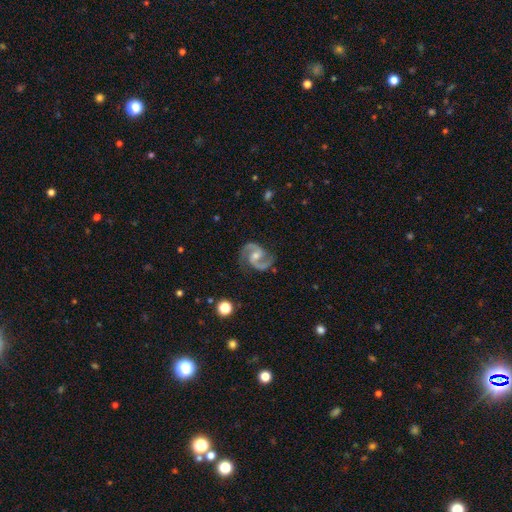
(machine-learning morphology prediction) Smooth or featured?
  - featured or disk: 93% *
  - star or artifact: 4%
  - smooth: 3%
Edge-on disk?
  - no: 98% *
  - yes: 2%
Bar?
  - no: 43% * (tied)
  - weak: 43% * (tied)
  - strong: 14%
Spiral arms?
  - yes: 98% *
  - no: 2%
Spiral winding?
  - medium: 66% *
  - tight: 18%
  - loose: 17%
Spiral arm count?
  - 2: 95% *
  - can't tell: 1%
  - 3: 1%
  - 1: 1%
  - 4: 1%
  - more than 4: 1%
Bulge size?
  - moderate: 54% *
  - small: 40%
  - none: 3%
  - large: 2%
  - dominant: 1%
Merging?
  - none: 84% *
  - minor disturbance: 11%
  - major disturbance: 3%
  - merger: 1%